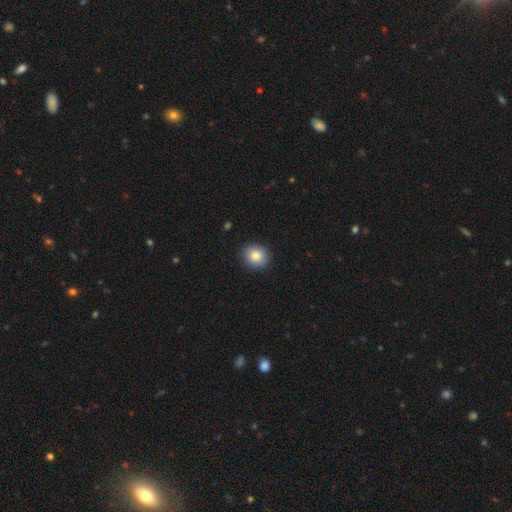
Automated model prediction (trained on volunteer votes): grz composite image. It shows a smooth galaxy with no disk features (84%) that is round (77%). Merging: none (90%).